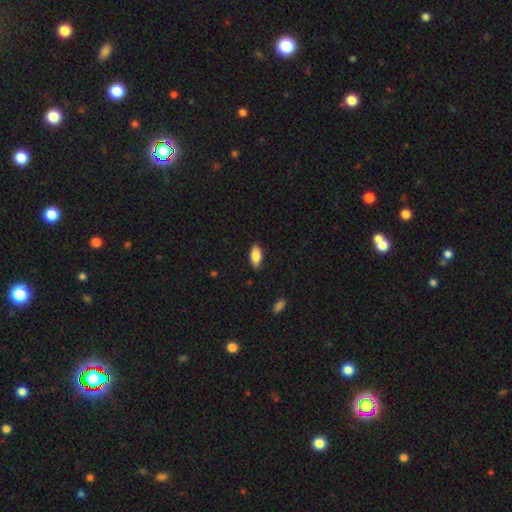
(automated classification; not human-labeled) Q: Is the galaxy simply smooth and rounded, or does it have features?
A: smooth — 85%.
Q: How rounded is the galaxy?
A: in between — 89%.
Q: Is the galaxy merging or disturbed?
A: none — 86%.